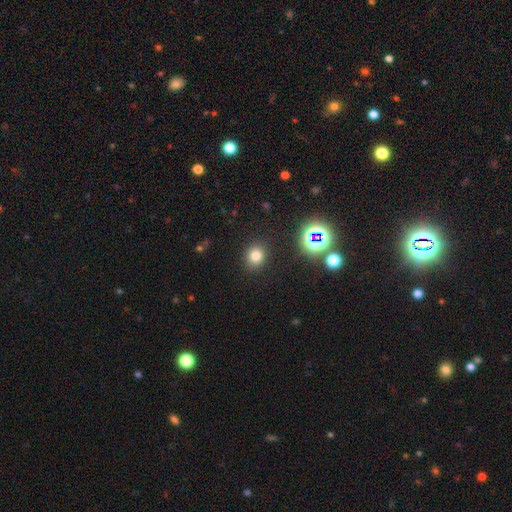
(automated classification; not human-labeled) Morphology: type=smooth (75%); roundness=round (72%); merging=none (87%).